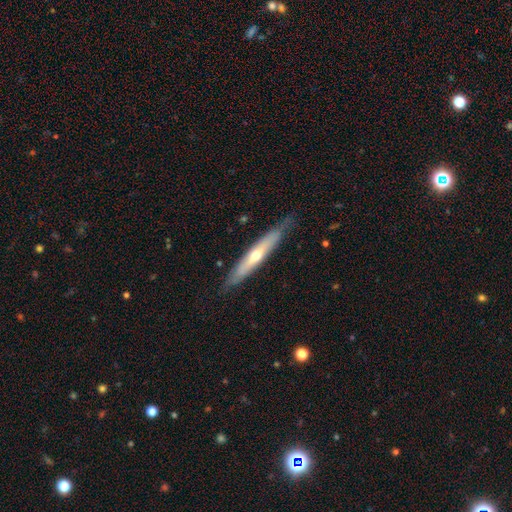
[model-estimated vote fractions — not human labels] Smooth or featured? featured or disk (56%)
Edge-on disk? yes (83%)
Merging? none (81%)